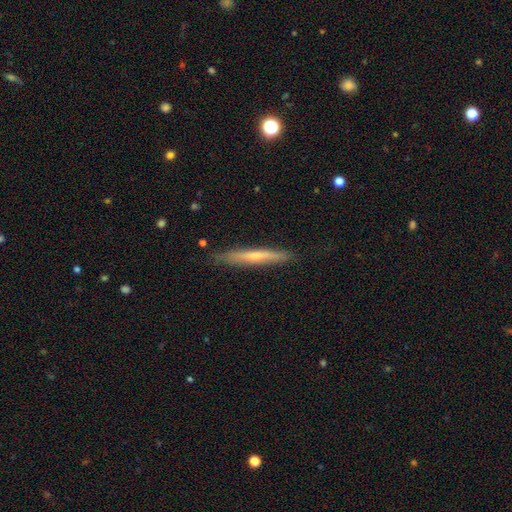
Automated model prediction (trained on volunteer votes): Morphology: type=featured or disk (53%); edge-on=yes (94%); merging=none (86%).